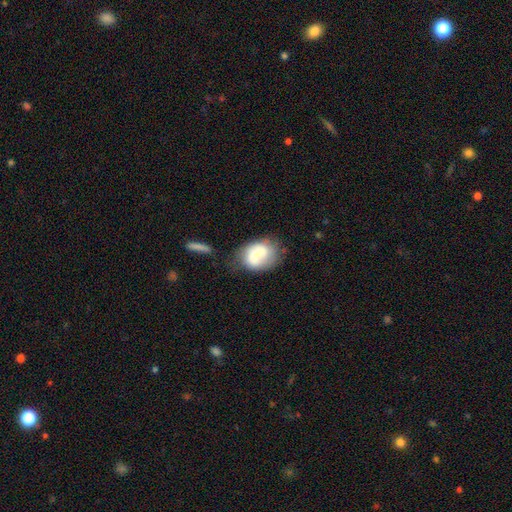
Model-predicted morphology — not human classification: This appears to be a smooth galaxy with no disk features (58%) that is in between round and cigar-shaped (64%). Merging: none (48%).